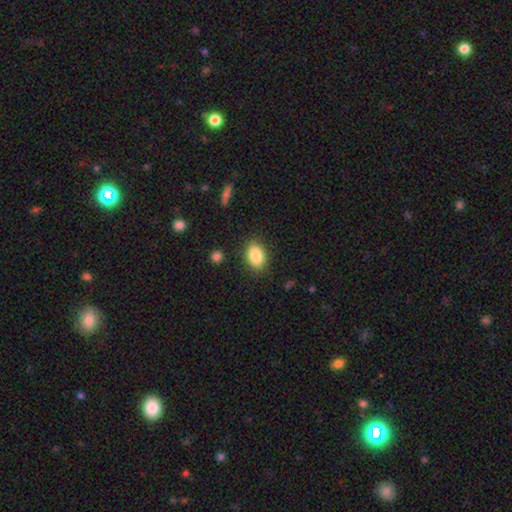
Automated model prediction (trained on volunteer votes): A smooth galaxy with no disk features (86%) that is in between round and cigar-shaped (82%).

Vote fractions:
- Smooth or featured? smooth: 86% / star or artifact: 8% / featured or disk: 6%
- How rounded? in between: 82% / round: 16% / cigar-shaped: 2%
- Merging? none: 86% / minor disturbance: 10% / major disturbance: 3% / merger: 2%